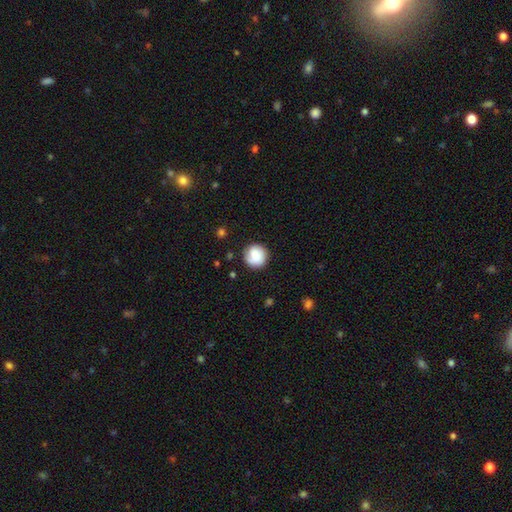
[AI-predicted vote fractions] smooth 77%, featured or disk 16%, star or artifact 8%. Down the decision tree: how rounded — round (92%); merging — none (82%).